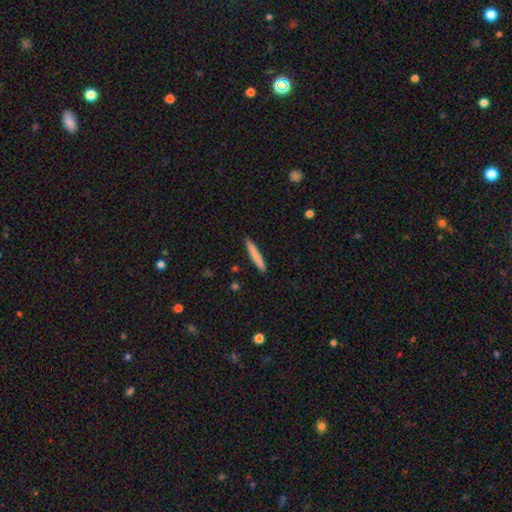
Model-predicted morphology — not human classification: Smooth or featured? smooth (78%)
How rounded? cigar-shaped (95%)
Merging? none (90%)